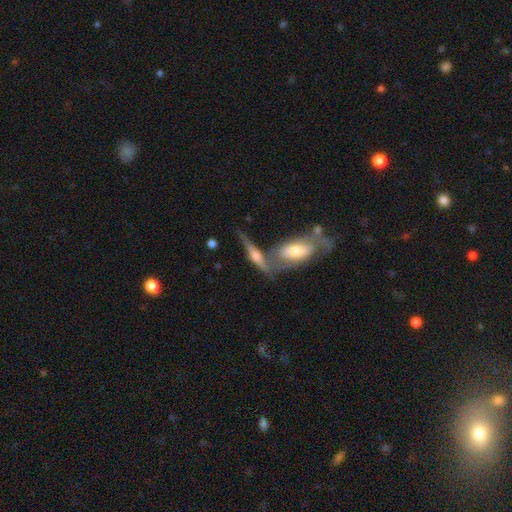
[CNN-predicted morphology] This is likely a featured or disk galaxy (64%). It is clearly viewed edge-on (84%). Edge-on bulge: clearly rounded (85%). Merging: marginally none (40%).